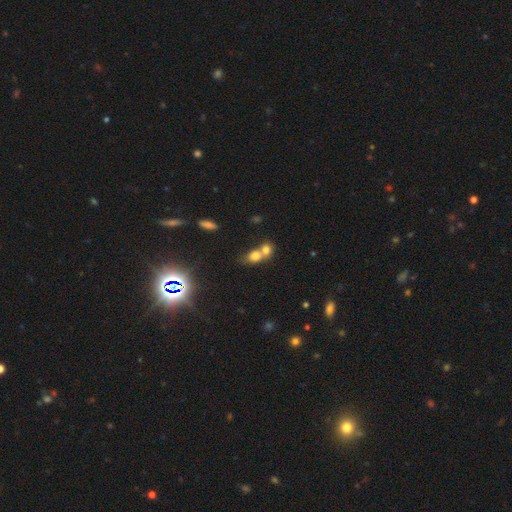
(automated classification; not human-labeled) A smooth galaxy with no disk features (72%) that is round (54%). Merging: merger (68%).